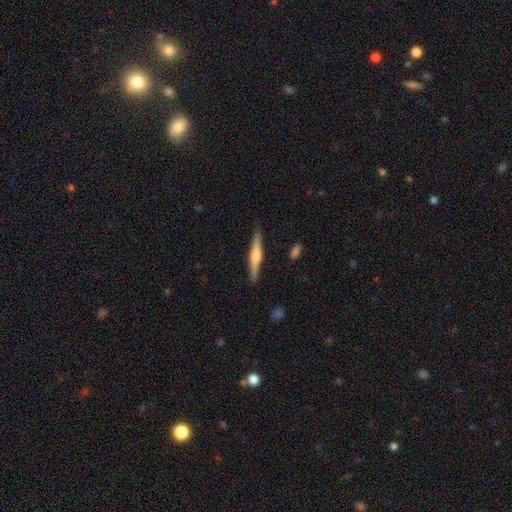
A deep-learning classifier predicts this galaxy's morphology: Smooth or featured? featured or disk (55%)
Edge-on disk? yes (97%)
Edge-on bulge? rounded (79%)
Merging? none (89%)